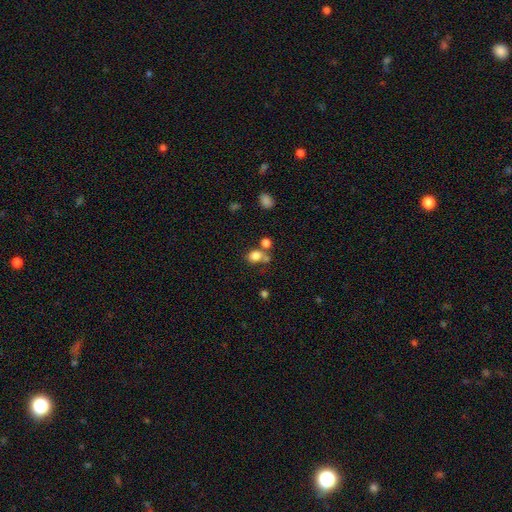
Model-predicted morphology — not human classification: smooth-or-featured: smooth: 81% | star or artifact: 12% | featured or disk: 8%
  how-rounded: round: 50% | in between: 49% | cigar-shaped: 1%
  merging: none: 53% | merger: 29% | minor disturbance: 12% | major disturbance: 6%